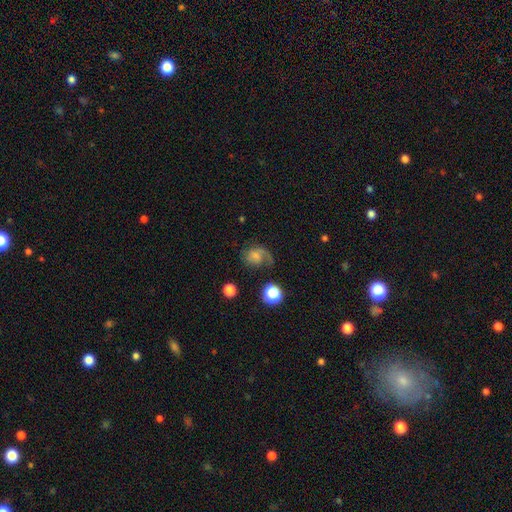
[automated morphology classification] smooth-or-featured: featured or disk: 48% | smooth: 39% | star or artifact: 13%
  merging: none: 44% | major disturbance: 29% | minor disturbance: 23% | merger: 4%